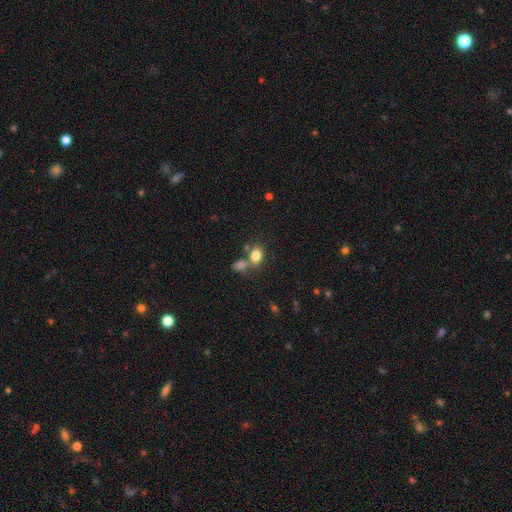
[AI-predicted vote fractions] Smooth or featured? Predicted: smooth (p=0.81). How rounded? Predicted: in between (p=0.76). Merging? Predicted: none (p=0.50).